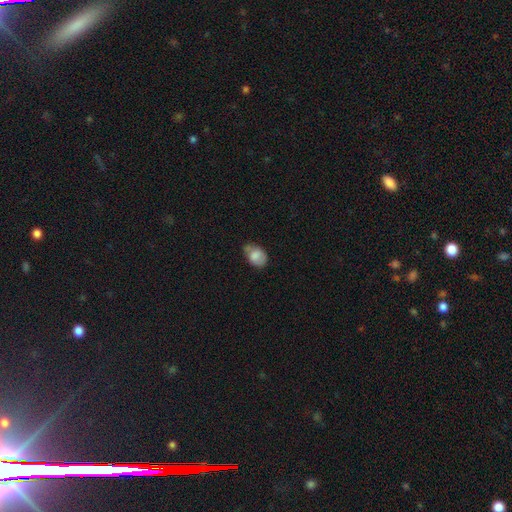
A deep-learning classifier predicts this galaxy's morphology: A smooth galaxy with no disk features (78%) that is in between round and cigar-shaped (76%). Merging: none (47%).